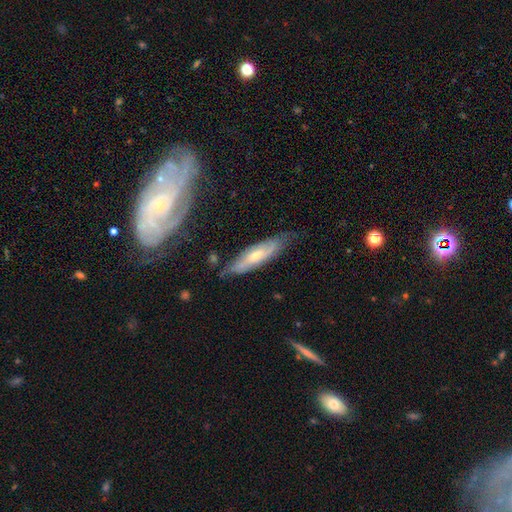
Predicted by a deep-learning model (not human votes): smooth_or_featured: featured or disk (p=0.62) [alt: smooth p=0.32]
disk_edge_on: no (p=0.60) [alt: yes p=0.40]
merging: none (p=0.72) [alt: minor disturbance p=0.21]